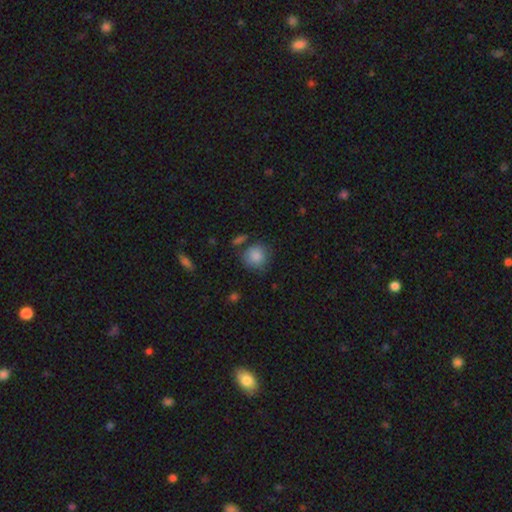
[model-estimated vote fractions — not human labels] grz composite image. It shows a smooth galaxy with no disk features (86%) that is round (87%). Merging: none (69%).